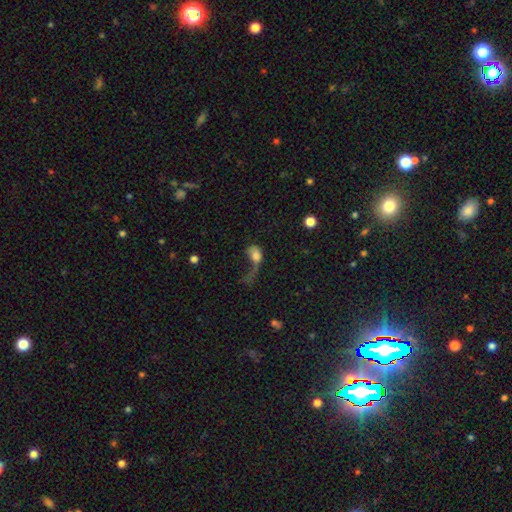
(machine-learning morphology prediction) Overall: smooth (61%; featured or disk 28%). How rounded: in between (73%). Merging: major disturbance (67%).